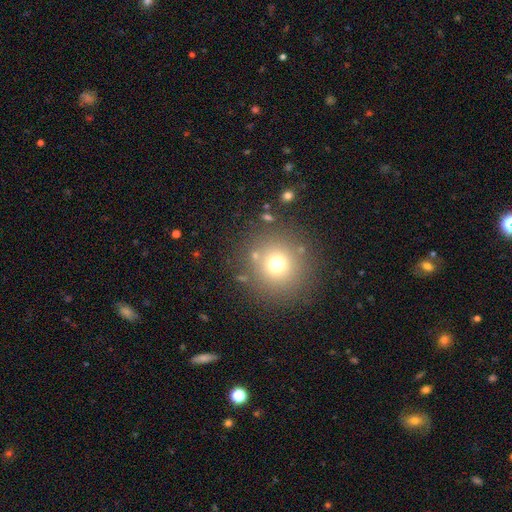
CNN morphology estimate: type=smooth (70%); roundness=round (93%); merging=none (84%).